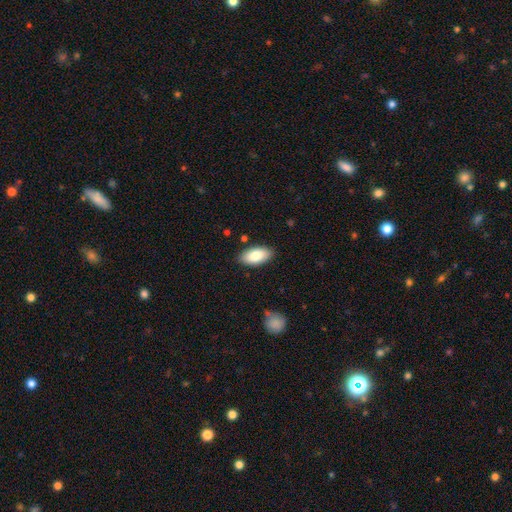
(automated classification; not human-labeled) This appears to be a smooth galaxy with no disk features (83%) that is in between round and cigar-shaped (93%). Merging: none (84%).